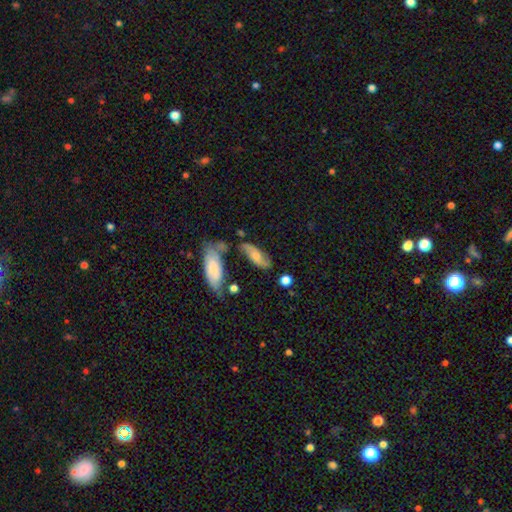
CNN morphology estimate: Overall: featured or disk (54%; smooth 37%). Edge-on disk: no (83%). Merging: none (54%; minor disturbance 22%).